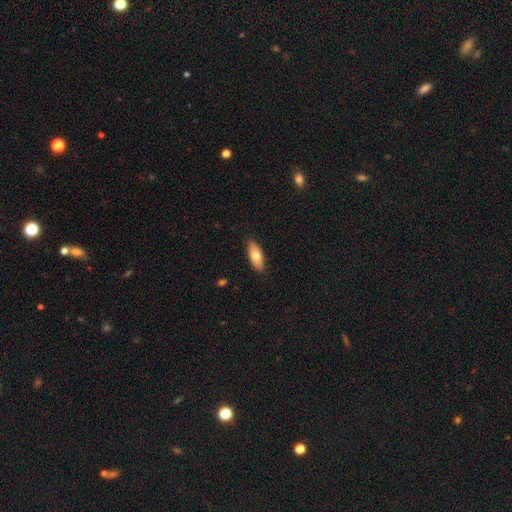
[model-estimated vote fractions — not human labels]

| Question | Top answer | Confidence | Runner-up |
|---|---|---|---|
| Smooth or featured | smooth | 72% | featured or disk (22%) |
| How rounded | in between | 74% | cigar-shaped (24%) |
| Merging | none | 88% | minor disturbance (9%) |